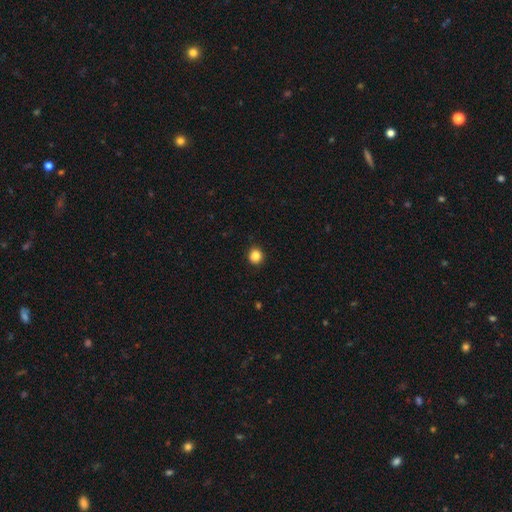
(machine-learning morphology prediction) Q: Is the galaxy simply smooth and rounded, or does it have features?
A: smooth — 86%.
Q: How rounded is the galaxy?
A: round — 89%.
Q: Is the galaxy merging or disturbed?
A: none — 90%.